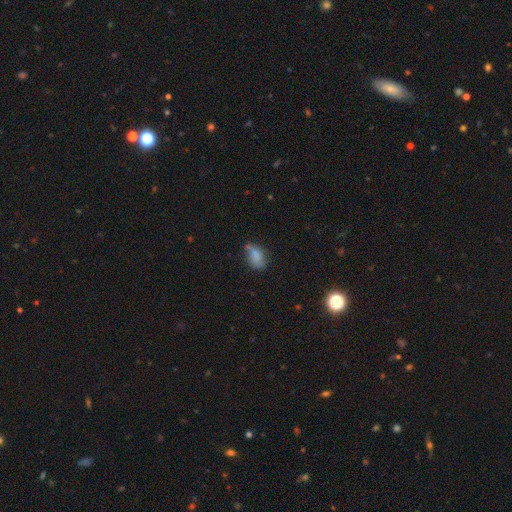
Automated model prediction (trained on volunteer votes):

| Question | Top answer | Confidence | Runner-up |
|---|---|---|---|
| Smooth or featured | smooth | 78% | featured or disk (11%) |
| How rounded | in between | 88% | round (8%) |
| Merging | none | 52% | minor disturbance (30%) |